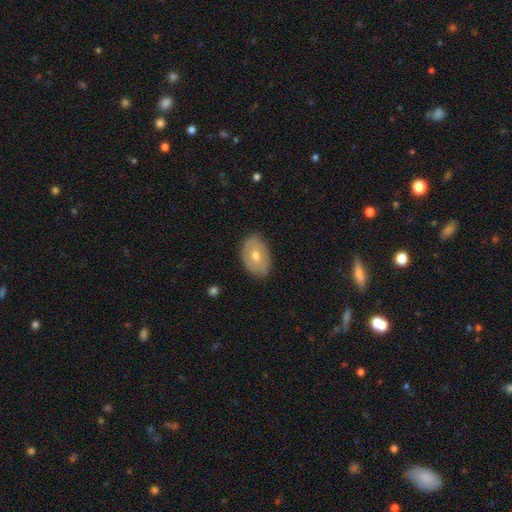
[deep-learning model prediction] Smooth or featured? smooth (51%)
How rounded? in between (82%)
Merging? none (83%)